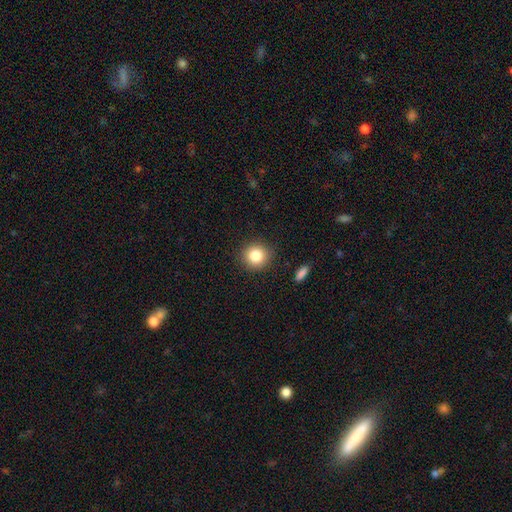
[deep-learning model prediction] A smooth galaxy with no disk features (83%) that is round (90%).

Vote fractions:
- Smooth or featured? smooth: 83% / star or artifact: 10% / featured or disk: 7%
- How rounded? round: 90% / in between: 9% / cigar-shaped: 1%
- Merging? none: 88% / minor disturbance: 8% / major disturbance: 2% / merger: 1%